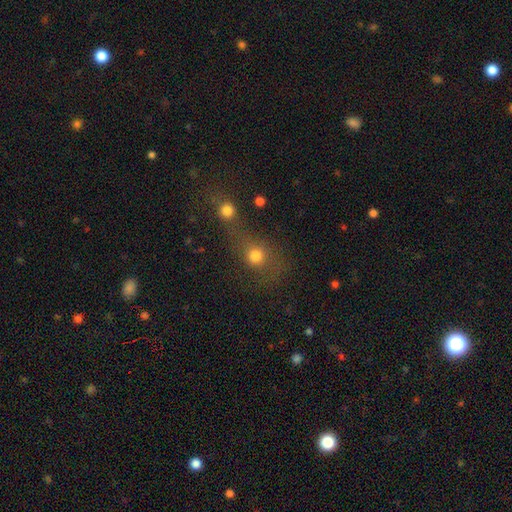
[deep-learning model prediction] This appears to be a smooth galaxy with no disk features (74%) that is round (81%). Merging: merger (45%).